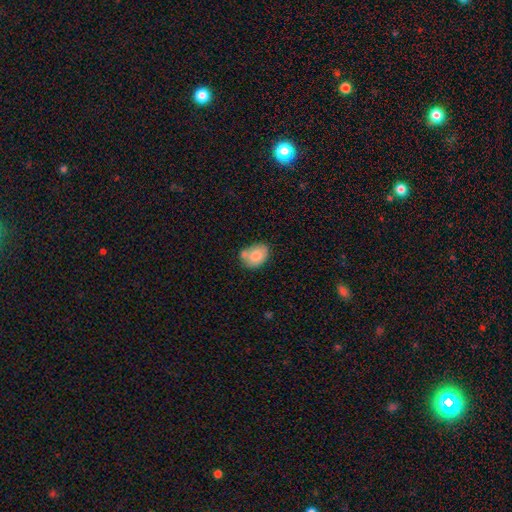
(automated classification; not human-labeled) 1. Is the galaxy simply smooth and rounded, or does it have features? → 78% smooth, 15% featured or disk, 7% star or artifact.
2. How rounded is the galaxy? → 73% in between, 26% round, 1% cigar-shaped.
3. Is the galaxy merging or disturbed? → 53% none, 22% minor disturbance, 20% merger, 5% major disturbance.